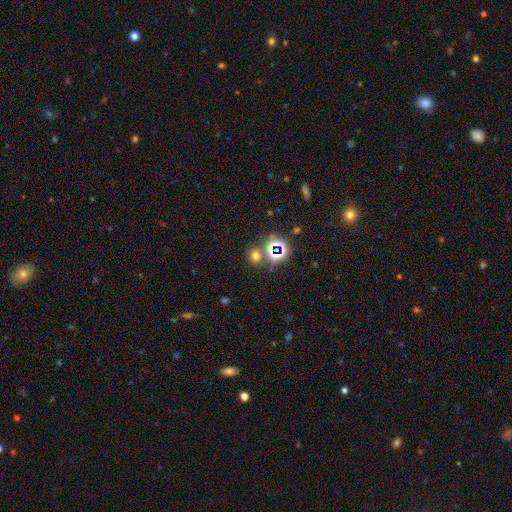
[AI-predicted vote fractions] This is possibly a smooth galaxy (56%). How rounded: likely round (72%). Merging: likely none (74%).